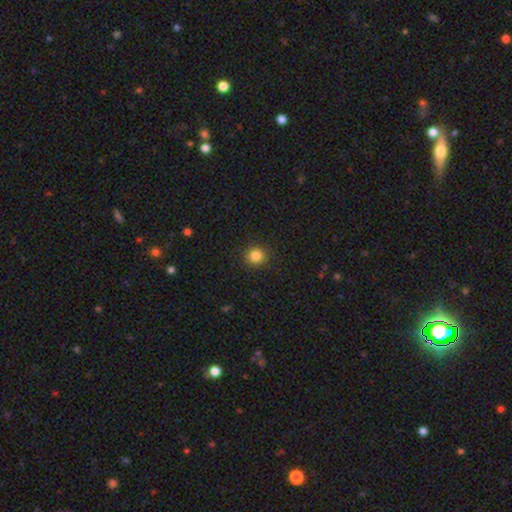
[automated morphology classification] Smooth or featured? Predicted: smooth (p=0.85). How rounded? Predicted: round (p=0.93). Merging? Predicted: none (p=0.91).